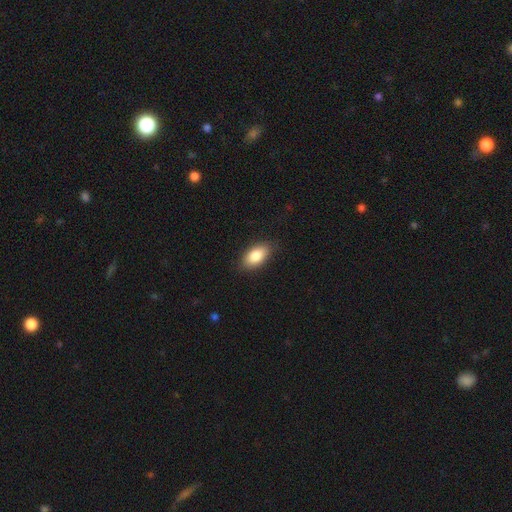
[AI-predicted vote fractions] Smooth or featured? smooth (85%)
How rounded? in between (92%)
Merging? none (85%)